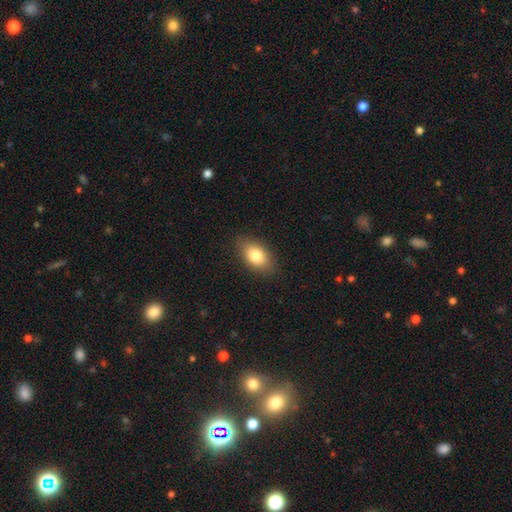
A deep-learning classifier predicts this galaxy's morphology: Smooth or featured: smooth — 82% (featured or disk — 11%)
How rounded: in between — 89% (round — 8%)
Merging: none — 86% (minor disturbance — 11%)